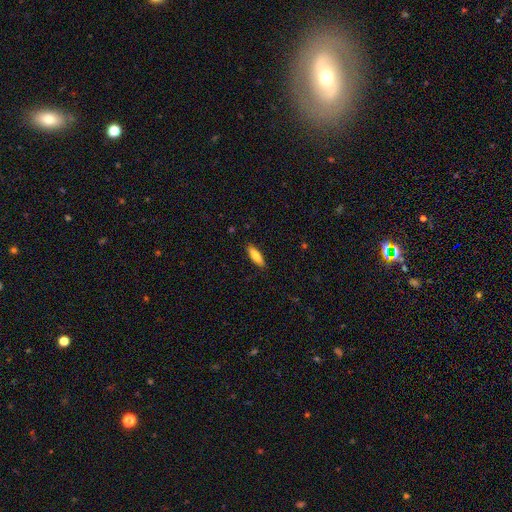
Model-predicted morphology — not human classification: This appears to be a smooth galaxy with no disk features (81%) that is cigar-shaped (57%). Merging: none (89%).